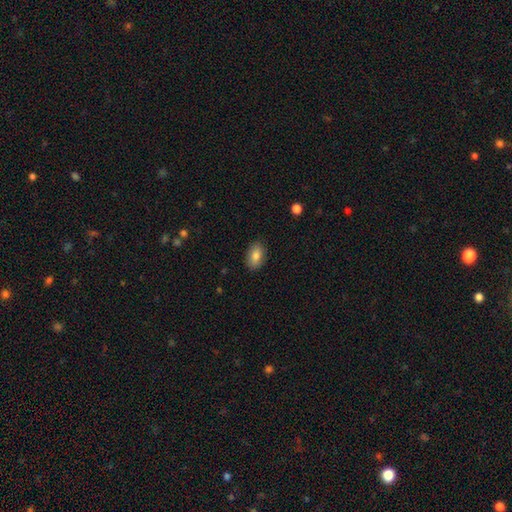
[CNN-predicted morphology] This appears to be a smooth galaxy with no disk features (84%) that is in between round and cigar-shaped (90%). Merging: none (87%).